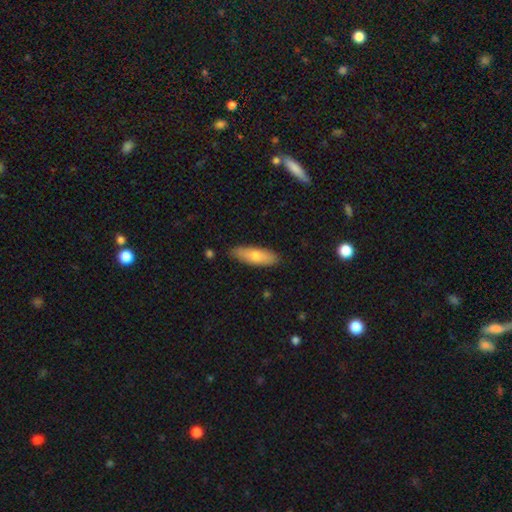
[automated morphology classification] The model was most divided on "how rounded": in between: 52%, cigar-shaped: 46%, round: 2%. More confident: merging — none (84%); smooth or featured — smooth (68%).